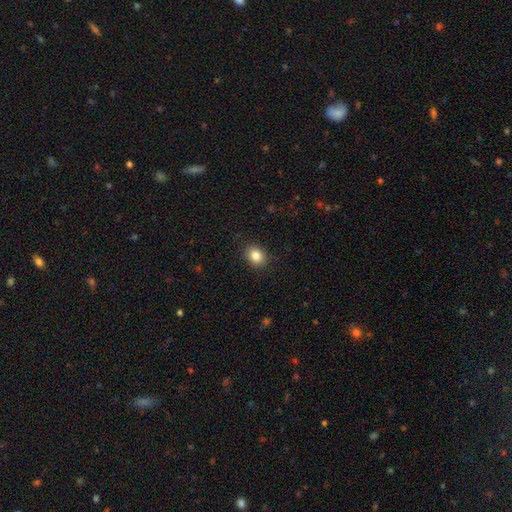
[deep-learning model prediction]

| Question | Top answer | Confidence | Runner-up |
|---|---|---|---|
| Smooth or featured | smooth | 85% | star or artifact (10%) |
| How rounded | in between | 53% | round (46%) |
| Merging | none | 89% | minor disturbance (8%) |